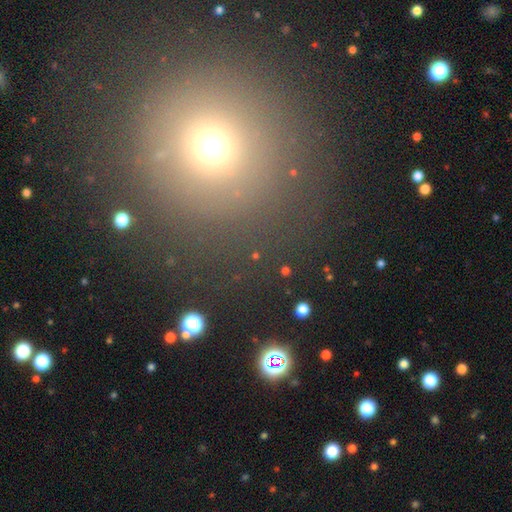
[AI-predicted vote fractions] star or artifact 51%, smooth 37%, featured or disk 12%.